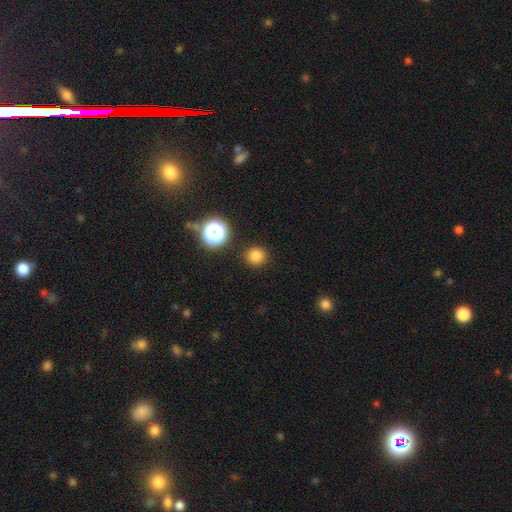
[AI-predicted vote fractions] Morphology: type=smooth (81%); roundness=round (92%); merging=none (90%).